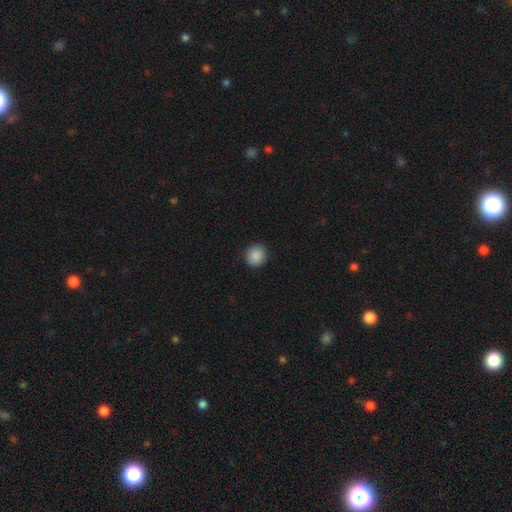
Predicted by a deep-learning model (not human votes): The model was most divided on "how rounded": round: 89%, in between: 10%, cigar-shaped: 1%. More confident: merging — none (92%); smooth or featured — smooth (89%).